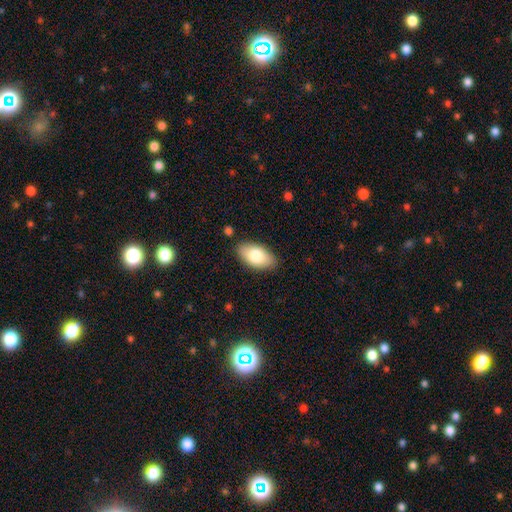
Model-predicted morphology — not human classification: A smooth galaxy with no disk features (79%) that is in between round and cigar-shaped (95%).

Vote fractions:
- Smooth or featured? smooth: 79% / featured or disk: 14% / star or artifact: 6%
- How rounded? in between: 95% / round: 3% / cigar-shaped: 2%
- Merging? none: 85% / minor disturbance: 11% / major disturbance: 2% / merger: 2%